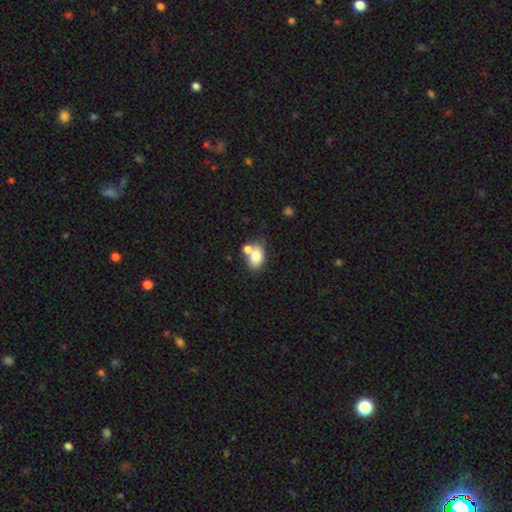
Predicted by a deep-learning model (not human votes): Overall: smooth (78%). How rounded: in between (84%). Merging: none (45%; merger 37%).